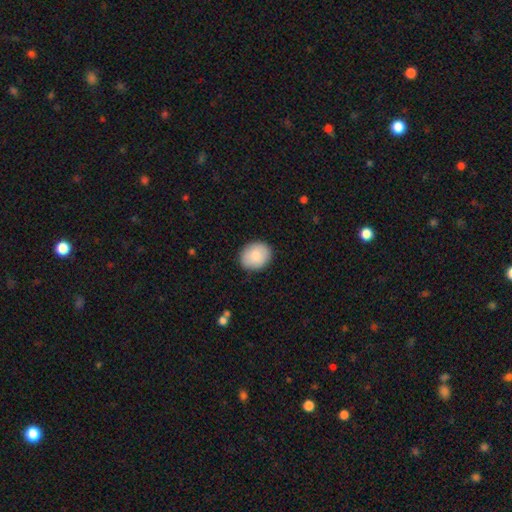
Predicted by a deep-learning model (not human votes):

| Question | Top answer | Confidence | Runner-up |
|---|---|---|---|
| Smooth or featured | smooth | 86% | featured or disk (8%) |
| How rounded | round | 53% | in between (46%) |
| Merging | none | 88% | minor disturbance (9%) |